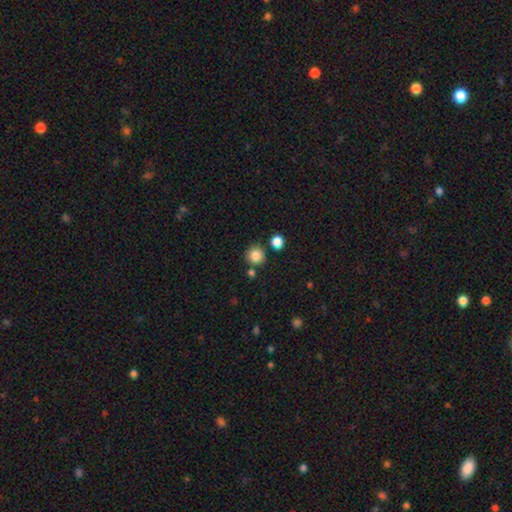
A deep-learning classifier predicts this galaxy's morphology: type=smooth (84%); roundness=round (92%); merging=none (80%).